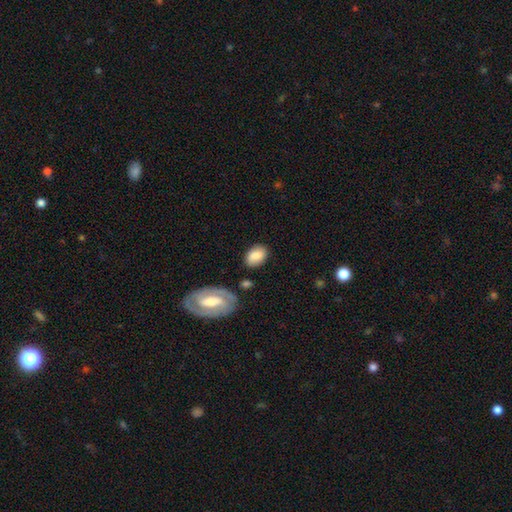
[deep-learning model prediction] Overall: smooth (80%). How rounded: in between (85%). Merging: none (77%).